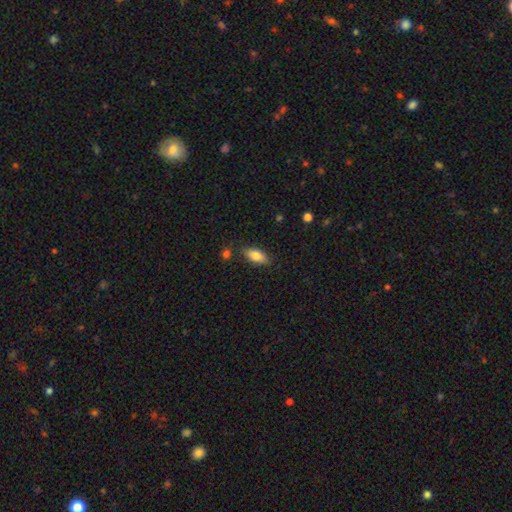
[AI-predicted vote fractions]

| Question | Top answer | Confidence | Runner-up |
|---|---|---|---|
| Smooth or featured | smooth | 83% | featured or disk (10%) |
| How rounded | in between | 86% | cigar-shaped (11%) |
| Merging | none | 82% | minor disturbance (12%) |